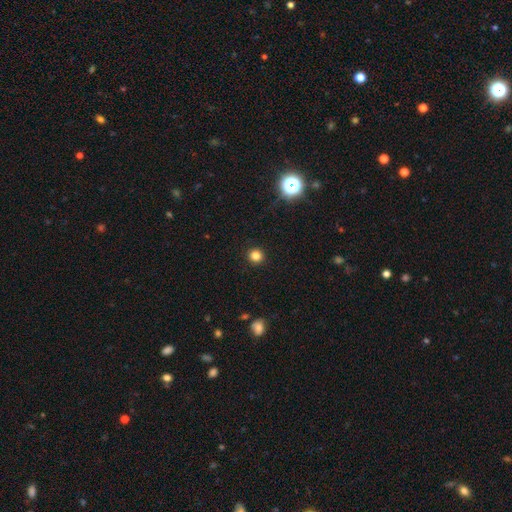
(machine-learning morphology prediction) Smooth or featured? Predicted: smooth (p=0.81). How rounded? Predicted: round (p=0.94). Merging? Predicted: none (p=0.93).